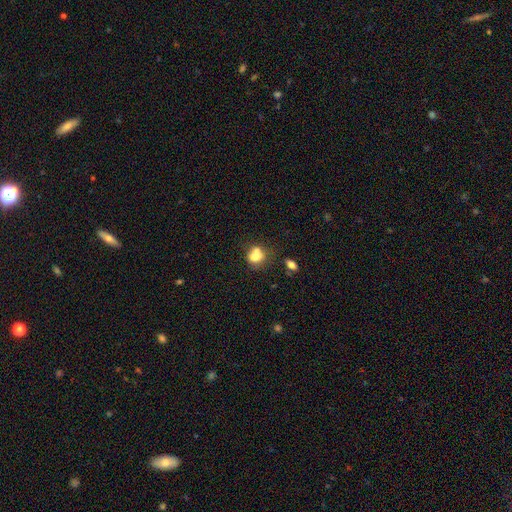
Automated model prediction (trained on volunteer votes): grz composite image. It shows a smooth galaxy with no disk features (71%) that is round (58%). Merging: merger (46%).